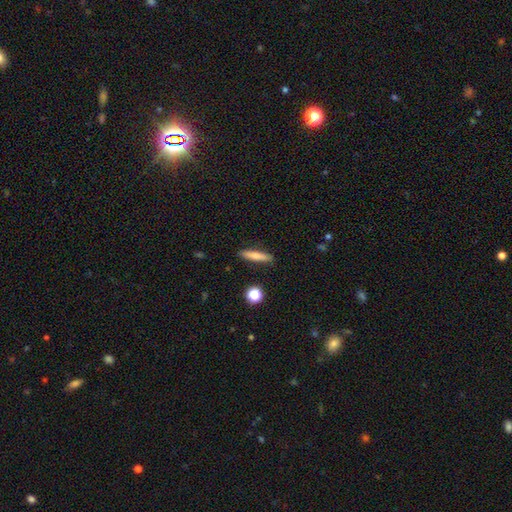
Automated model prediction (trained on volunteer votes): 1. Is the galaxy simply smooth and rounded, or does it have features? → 71% smooth, 21% featured or disk, 8% star or artifact.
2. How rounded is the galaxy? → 86% cigar-shaped, 11% in between, 3% round.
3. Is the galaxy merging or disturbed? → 89% none, 7% minor disturbance, 2% major disturbance, 2% merger.